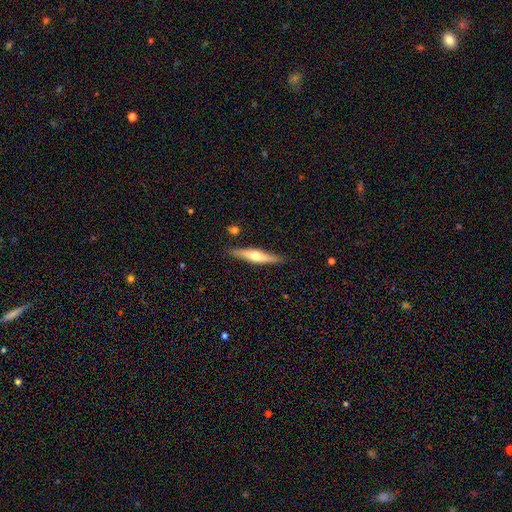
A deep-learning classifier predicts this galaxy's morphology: Smooth or featured? Predicted: featured or disk (p=0.56). Edge-on disk? Predicted: yes (p=0.94). Edge-on bulge? Predicted: rounded (p=0.90). Merging? Predicted: none (p=0.87).